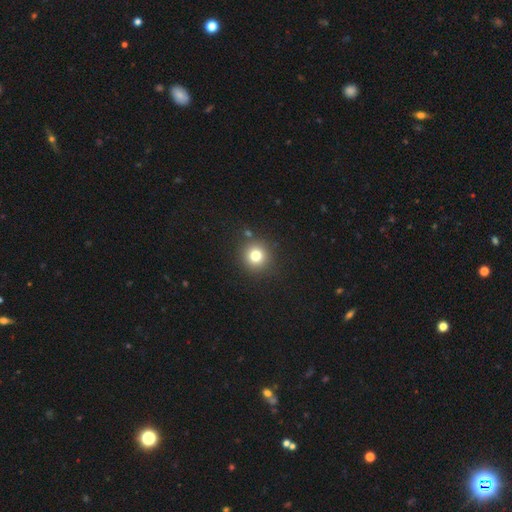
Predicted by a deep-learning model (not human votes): Morphology: type=smooth (78%); roundness=round (94%); merging=none (88%).